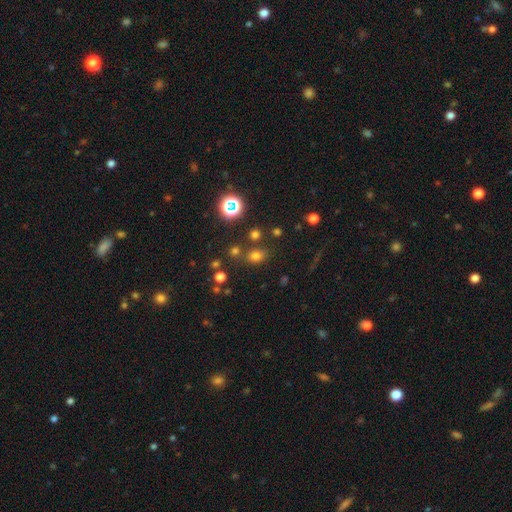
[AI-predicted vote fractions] Morphology: type=smooth (65%); roundness=round (58%); merging=none (74%).